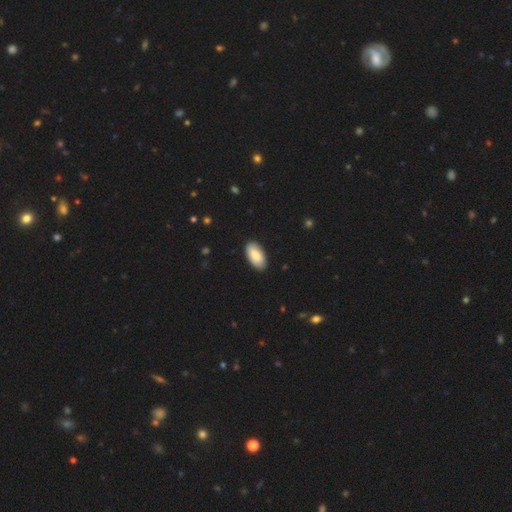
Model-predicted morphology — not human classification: smooth-or-featured: smooth: 85% | featured or disk: 10% | star or artifact: 5%
  how-rounded: in between: 95% | cigar-shaped: 3% | round: 2%
  merging: none: 89% | minor disturbance: 9% | major disturbance: 2% | merger: 1%